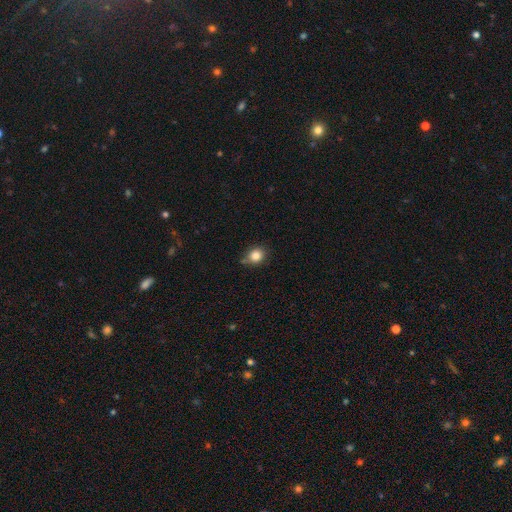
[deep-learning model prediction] smooth-or-featured: smooth: 84% | star or artifact: 11% | featured or disk: 6%
  how-rounded: round: 75% | in between: 24% | cigar-shaped: 1%
  merging: none: 73% | minor disturbance: 19% | merger: 5% | major disturbance: 4%